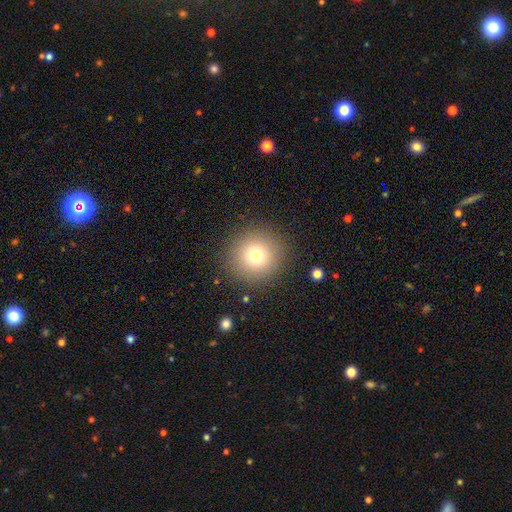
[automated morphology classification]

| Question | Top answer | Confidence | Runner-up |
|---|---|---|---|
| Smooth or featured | smooth | 76% | star or artifact (14%) |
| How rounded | round | 95% | in between (4%) |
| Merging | none | 89% | minor disturbance (7%) |